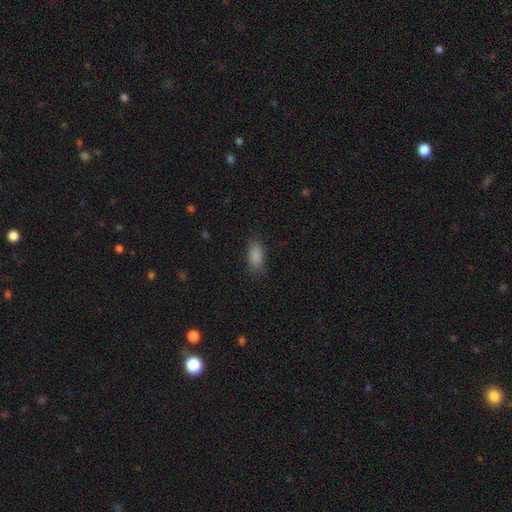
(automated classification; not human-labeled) This appears to be a smooth galaxy with no disk features (88%) that is in between round and cigar-shaped (90%). Merging: none (81%).